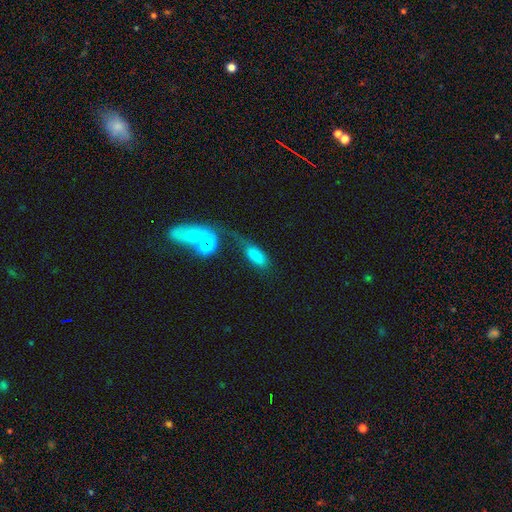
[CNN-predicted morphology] Smooth or featured? smooth (72%)
How rounded? in between (71%)
Merging? none (44%)